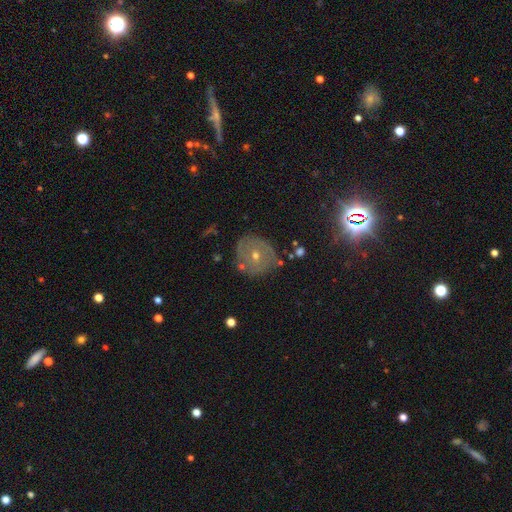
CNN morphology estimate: This appears to be a featured or disk galaxy (54%) with no bar (78%), spiral arms (59%) and a small central bulge (56%). Merging: none (78%).